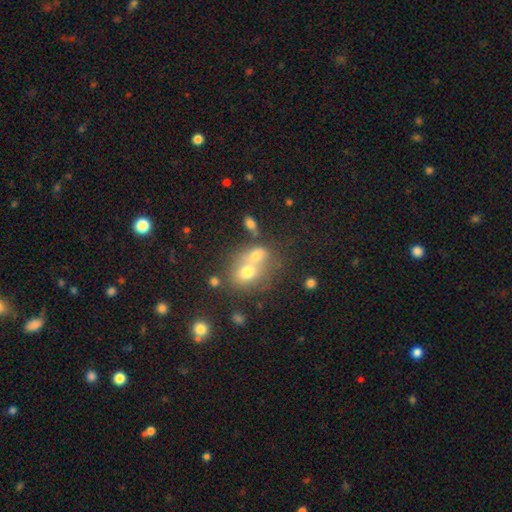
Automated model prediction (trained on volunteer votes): A smooth galaxy with no disk features (67%) that is in between round and cigar-shaped (54%). Merging: merger (61%).